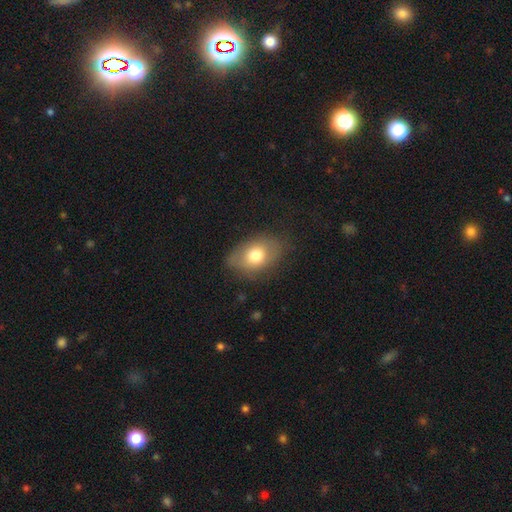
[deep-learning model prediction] A smooth galaxy with no disk features (73%) that is in between round and cigar-shaped (81%).

Vote fractions:
- Smooth or featured? smooth: 73% / featured or disk: 18% / star or artifact: 9%
- How rounded? in between: 81% / round: 17% / cigar-shaped: 1%
- Merging? none: 75% / minor disturbance: 18% / major disturbance: 6% / merger: 1%